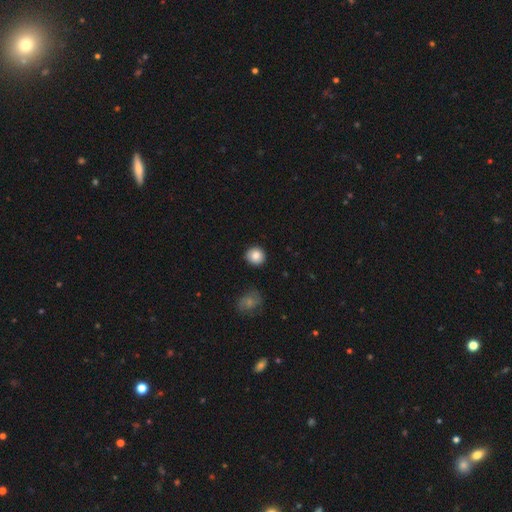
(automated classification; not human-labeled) Smooth or featured? smooth (84%)
How rounded? round (90%)
Merging? none (88%)